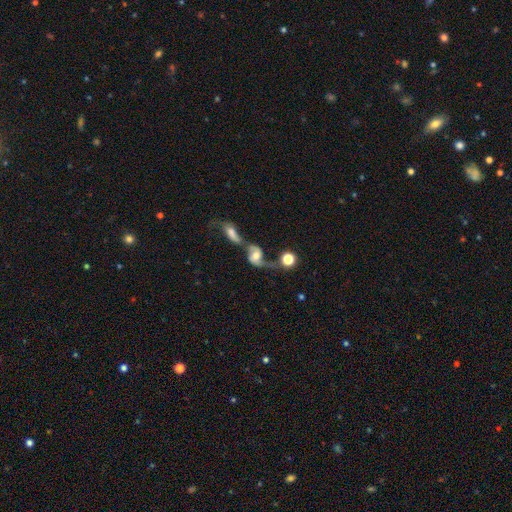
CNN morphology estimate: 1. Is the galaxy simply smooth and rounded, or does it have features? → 65% featured or disk, 26% smooth, 9% star or artifact.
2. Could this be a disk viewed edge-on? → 95% no, 5% yes.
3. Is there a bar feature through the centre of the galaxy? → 57% no, 32% weak, 11% strong.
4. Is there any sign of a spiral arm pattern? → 87% yes, 13% no.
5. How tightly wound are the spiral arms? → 75% loose, 19% medium, 6% tight.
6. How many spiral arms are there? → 73% 2, 20% 1, 5% can't tell, 1% 3, 1% 4, 1% more than 4.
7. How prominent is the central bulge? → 47% moderate, 25% large, 17% small, 6% none, 4% dominant.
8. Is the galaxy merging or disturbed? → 60% merger, 18% none, 14% major disturbance, 9% minor disturbance.